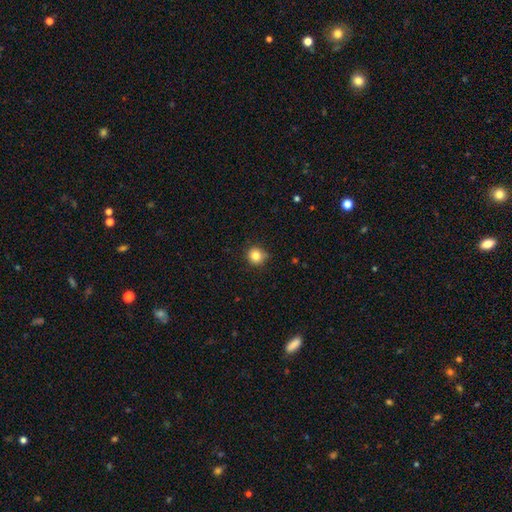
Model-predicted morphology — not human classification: smooth-or-featured: smooth: 84% | star or artifact: 11% | featured or disk: 5%
  how-rounded: round: 92% | in between: 7% | cigar-shaped: 1%
  merging: none: 87% | minor disturbance: 10% | major disturbance: 2% | merger: 1%